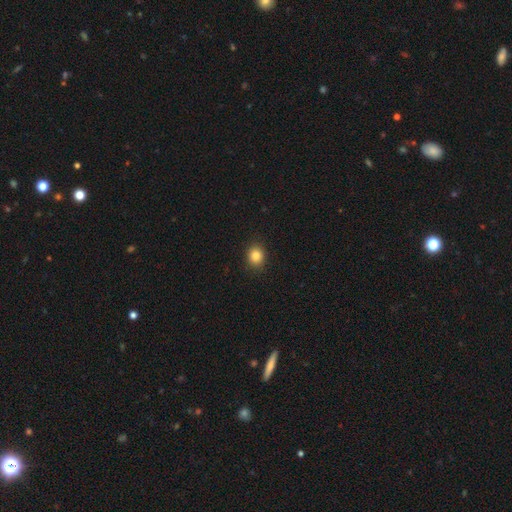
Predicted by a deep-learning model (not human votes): Morphology: type=smooth (85%); roundness=round (70%); merging=none (89%).